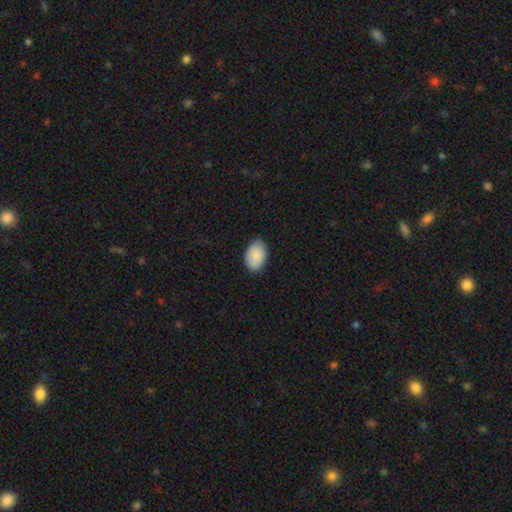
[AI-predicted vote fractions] smooth-or-featured: smooth: 86% | featured or disk: 7% | star or artifact: 6%
  how-rounded: in between: 88% | round: 11% | cigar-shaped: 1%
  merging: none: 83% | minor disturbance: 13% | major disturbance: 2% | merger: 1%